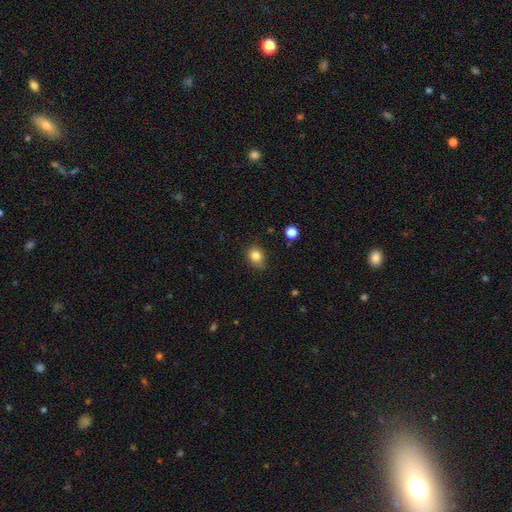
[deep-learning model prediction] This is clearly a smooth galaxy (83%). How rounded: possibly round (54%). Merging: likely none (76%).